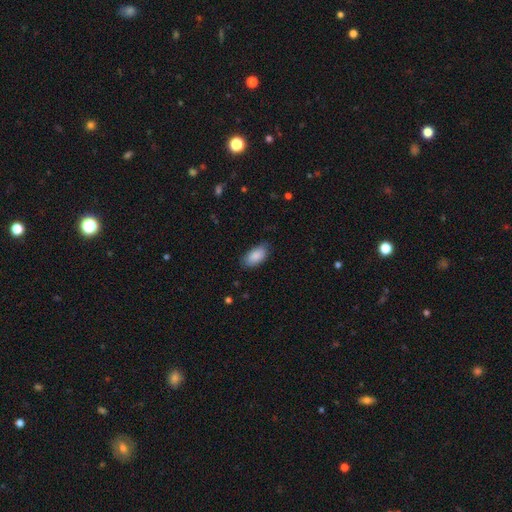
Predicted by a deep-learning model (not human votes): A smooth galaxy with no disk features (88%) that is in between round and cigar-shaped (94%).

Vote fractions:
- Smooth or featured? smooth: 88% / star or artifact: 6% / featured or disk: 6%
- How rounded? in between: 94% / cigar-shaped: 4% / round: 3%
- Merging? none: 77% / minor disturbance: 18% / major disturbance: 4% / merger: 1%